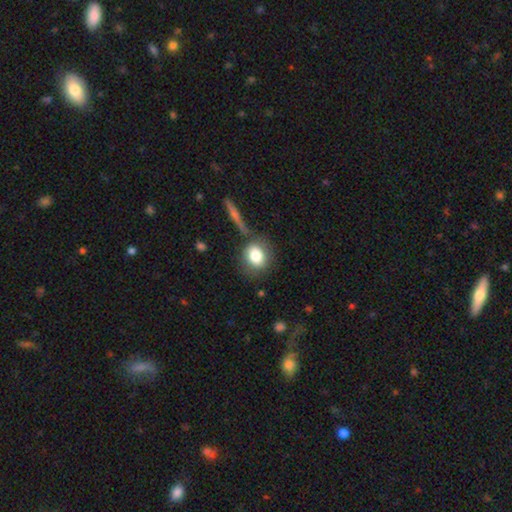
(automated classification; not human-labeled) A smooth galaxy with no disk features (80%) that is round (58%). Merging: none (69%).